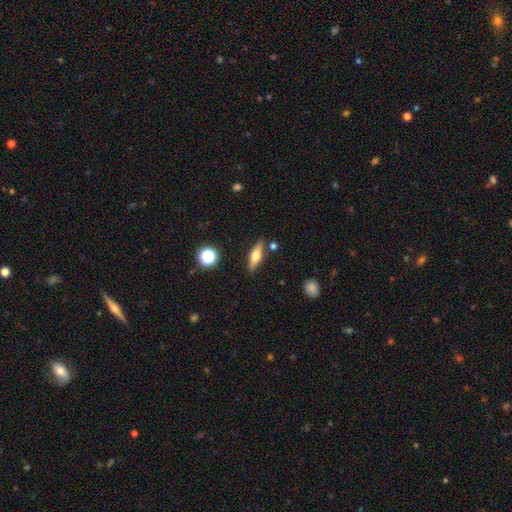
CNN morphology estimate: Q: Smooth or featured?
A: featured or disk (53%); runner-up: smooth (39%)
Q: Edge-on disk?
A: yes (93%); runner-up: no (7%)
Q: Merging?
A: none (84%); runner-up: minor disturbance (9%)